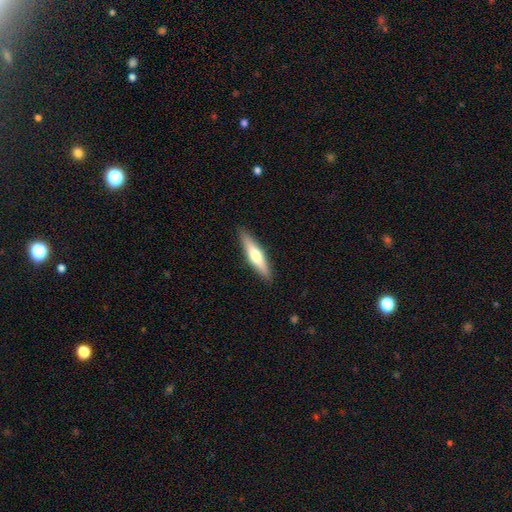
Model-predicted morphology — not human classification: smooth_or_featured: smooth (p=0.56) [alt: featured or disk p=0.39]
how_rounded: cigar-shaped (p=0.79) [alt: in between p=0.20]
merging: none (p=0.89) [alt: minor disturbance p=0.08]